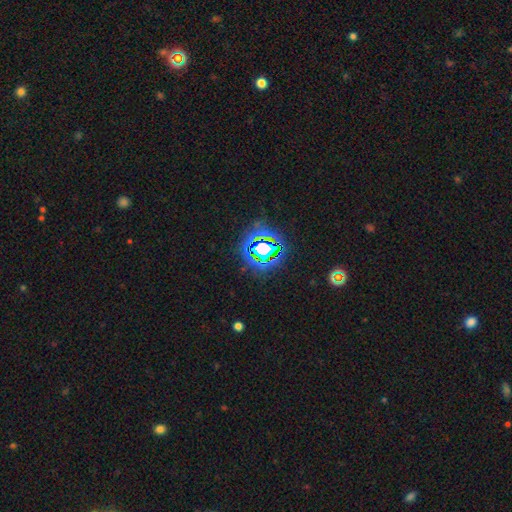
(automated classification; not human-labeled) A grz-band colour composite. It shows a star or artifact, not a galaxy (71%).